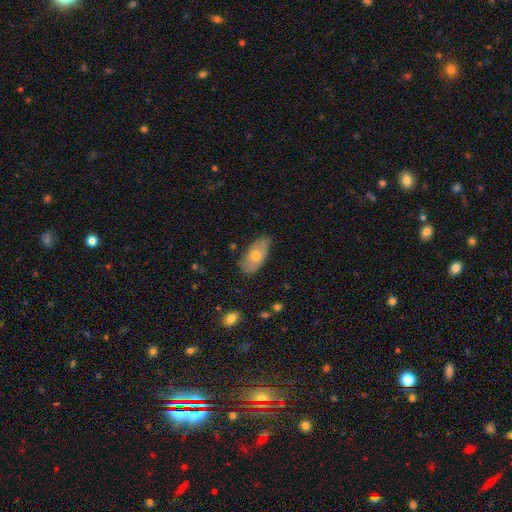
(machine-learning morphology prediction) smooth-or-featured: smooth: 59% | featured or disk: 35% | star or artifact: 6%
  how-rounded: in between: 91% | cigar-shaped: 5% | round: 4%
  merging: none: 71% | minor disturbance: 23% | major disturbance: 4% | merger: 2%